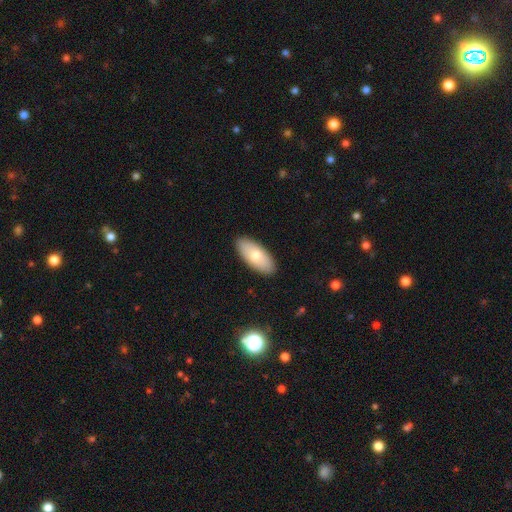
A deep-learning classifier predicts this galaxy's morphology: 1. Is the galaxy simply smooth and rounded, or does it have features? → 76% smooth, 18% featured or disk, 6% star or artifact.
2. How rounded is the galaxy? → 88% in between, 10% cigar-shaped, 2% round.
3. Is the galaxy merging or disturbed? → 89% none, 8% minor disturbance, 2% major disturbance, 1% merger.